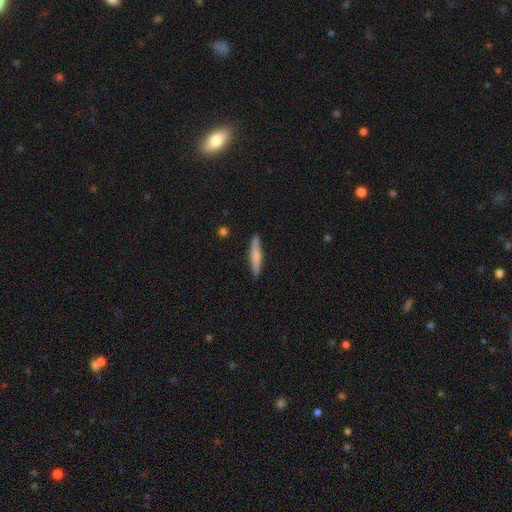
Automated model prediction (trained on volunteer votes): Smooth or featured? Predicted: smooth (p=0.64). How rounded? Predicted: cigar-shaped (p=0.92). Merging? Predicted: none (p=0.86).